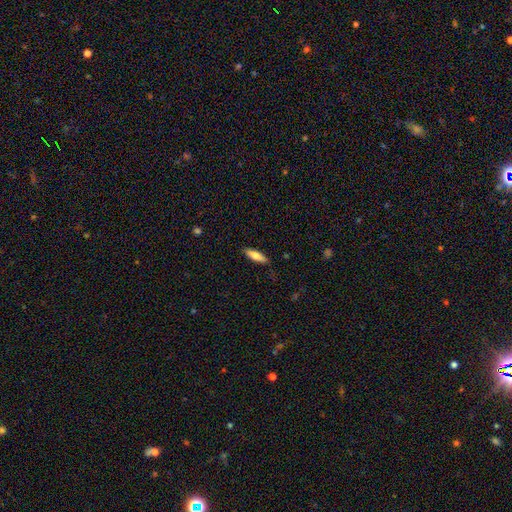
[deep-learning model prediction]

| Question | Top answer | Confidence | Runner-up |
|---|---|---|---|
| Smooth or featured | smooth | 75% | featured or disk (19%) |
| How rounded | cigar-shaped | 55% | in between (43%) |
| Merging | none | 83% | minor disturbance (13%) |